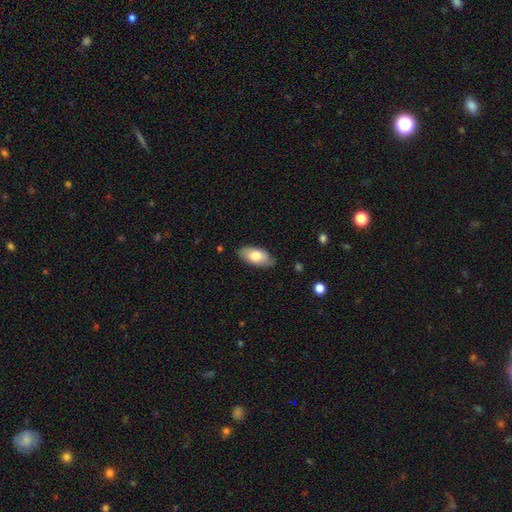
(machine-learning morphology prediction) Smooth or featured: smooth — 76% (featured or disk — 18%)
How rounded: in between — 92% (cigar-shaped — 5%)
Merging: none — 80% (minor disturbance — 16%)